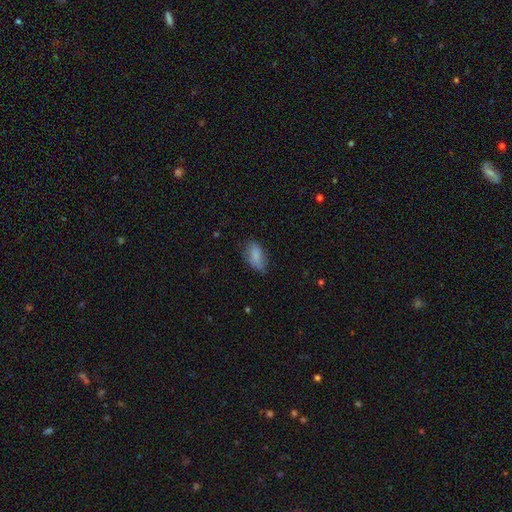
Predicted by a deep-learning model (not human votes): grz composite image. It shows a smooth galaxy with no disk features (82%) that is in between round and cigar-shaped (90%). Merging: none (62%).